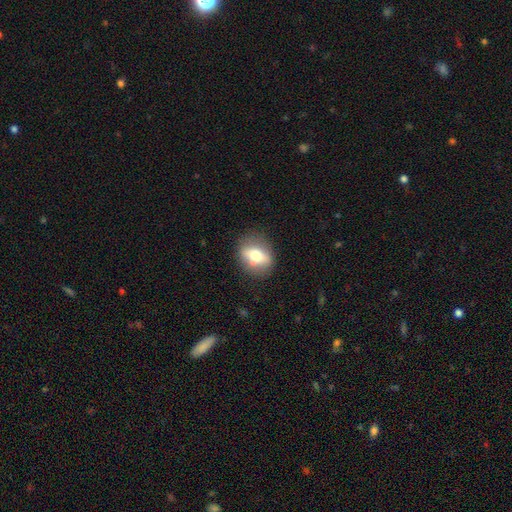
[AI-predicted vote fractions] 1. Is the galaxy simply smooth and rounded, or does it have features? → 61% smooth, 30% featured or disk, 9% star or artifact.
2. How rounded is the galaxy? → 48% in between (tied), 48% round (tied), 4% cigar-shaped.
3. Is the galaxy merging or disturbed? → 74% none, 16% minor disturbance, 5% major disturbance, 5% merger.